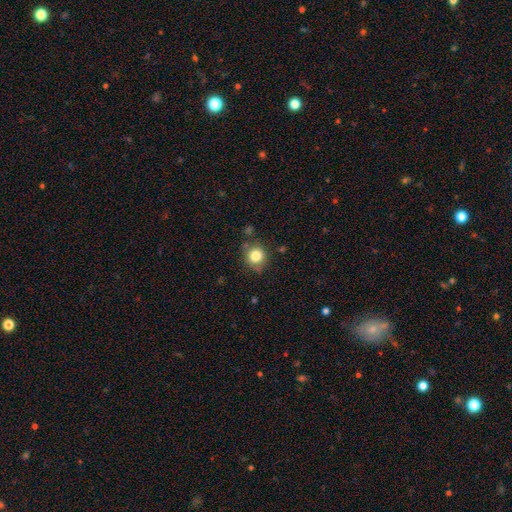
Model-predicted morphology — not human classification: Smooth or featured? smooth (82%)
How rounded? round (90%)
Merging? none (78%)